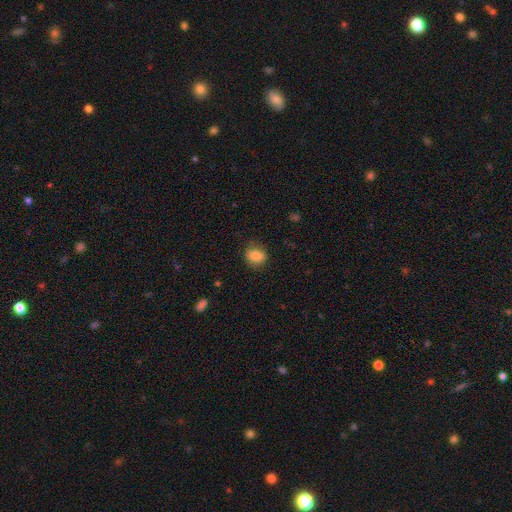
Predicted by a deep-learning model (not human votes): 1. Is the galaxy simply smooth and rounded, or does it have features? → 82% smooth, 9% star or artifact, 9% featured or disk.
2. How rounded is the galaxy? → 70% round, 29% in between, 1% cigar-shaped.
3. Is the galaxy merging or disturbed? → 82% none, 13% minor disturbance, 4% major disturbance, 1% merger.